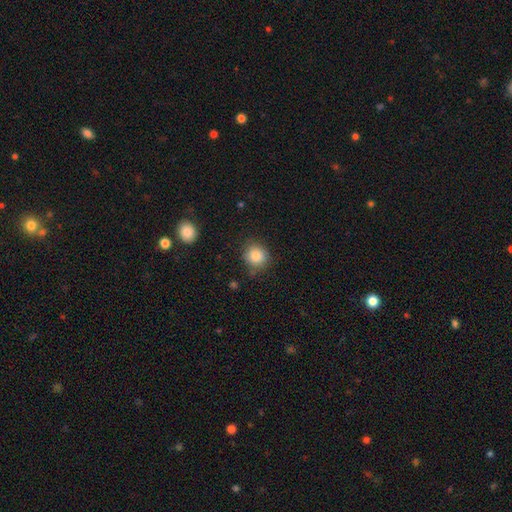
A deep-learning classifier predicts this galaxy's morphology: The model was most divided on "merging": none: 83%, minor disturbance: 12%, major disturbance: 3%, merger: 2%. More confident: how rounded — round (88%); smooth or featured — smooth (83%).